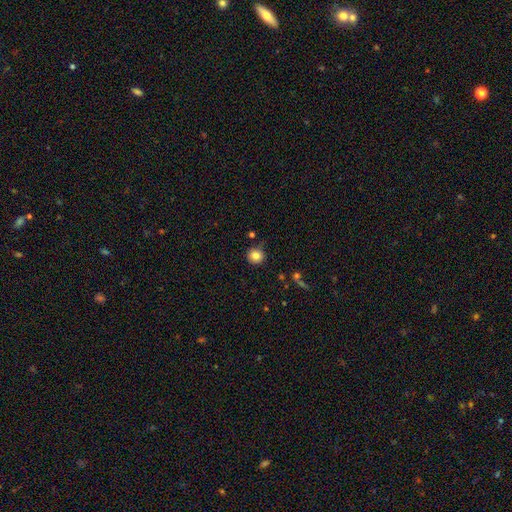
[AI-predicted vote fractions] Overall: smooth (81%). How rounded: round (93%). Merging: none (81%).